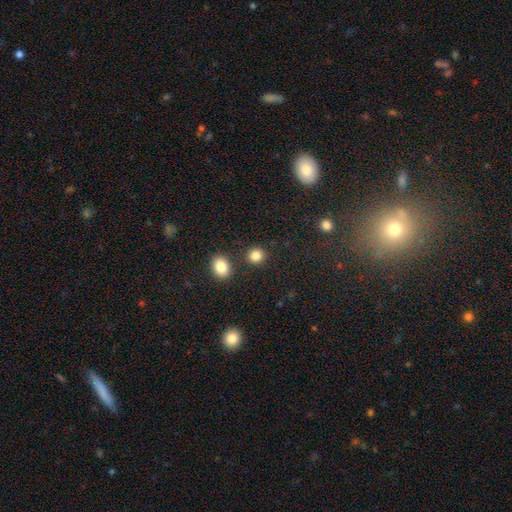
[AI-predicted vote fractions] Overall: smooth (84%). How rounded: round (86%). Merging: none (84%).